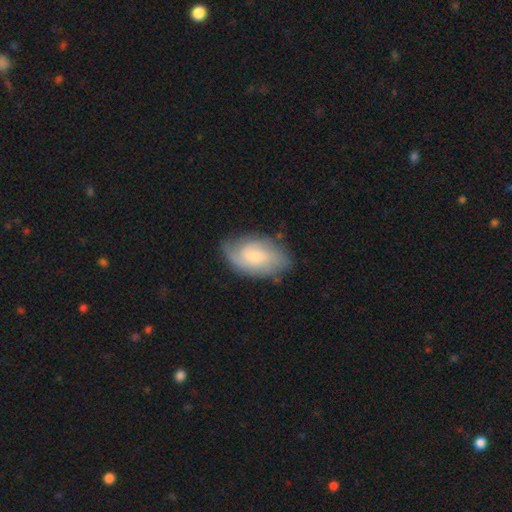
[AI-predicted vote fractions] A featured or disk galaxy (60%) with no bar (62%), tight (43%) spiral arms (89%) and a small central bulge (54%).

Vote fractions:
- Smooth or featured? featured or disk: 60% / smooth: 33% / star or artifact: 7%
- Edge-on disk? no: 96% / yes: 4%
- Bar? no: 62% / weak: 34% / strong: 4%
- Spiral arms? yes: 89% / no: 11%
- Spiral winding? tight: 43% / medium: 39% / loose: 18%
- Spiral arm count? can't tell: 39% / 2: 30% / 3: 15% / 1: 7% / 4: 6% / more than 4: 4%
- Bulge size? small: 54% / moderate: 33% / none: 6% / large: 5% / dominant: 1%
- Merging? none: 68% / minor disturbance: 22% / major disturbance: 8% / merger: 2%